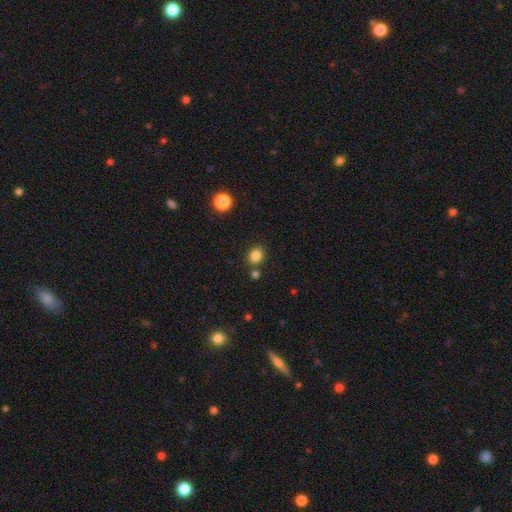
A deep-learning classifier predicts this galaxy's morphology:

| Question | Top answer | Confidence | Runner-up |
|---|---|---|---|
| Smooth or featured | smooth | 84% | star or artifact (12%) |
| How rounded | round | 65% | in between (35%) |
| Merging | none | 80% | minor disturbance (9%) |